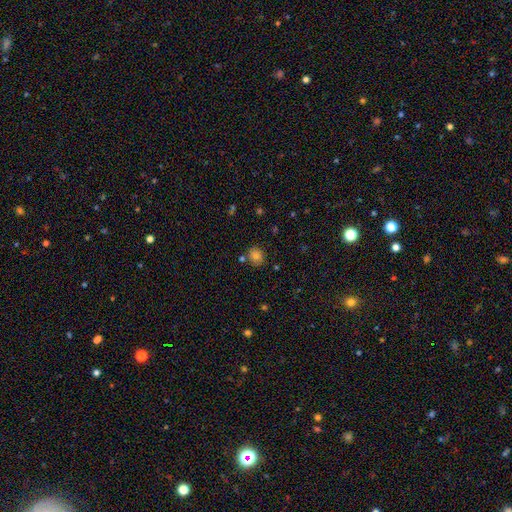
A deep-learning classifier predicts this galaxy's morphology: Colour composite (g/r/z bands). It shows a smooth galaxy with no disk features (78%) that is round (79%). Merging: none (80%).